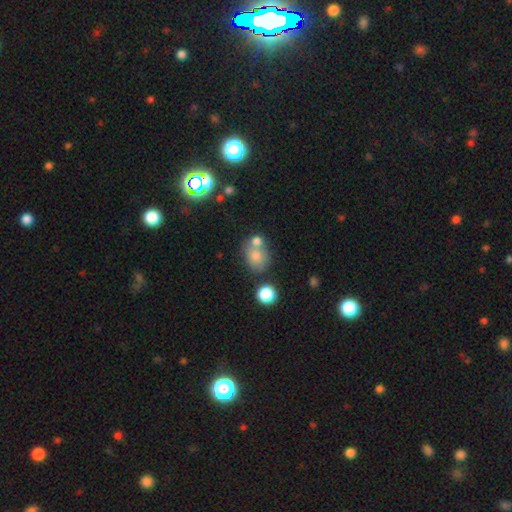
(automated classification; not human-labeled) smooth_or_featured: smooth (p=0.70) [alt: star or artifact p=0.16]
how_rounded: round (p=0.61) [alt: in between p=0.38]
merging: none (p=0.49) [alt: merger p=0.35]